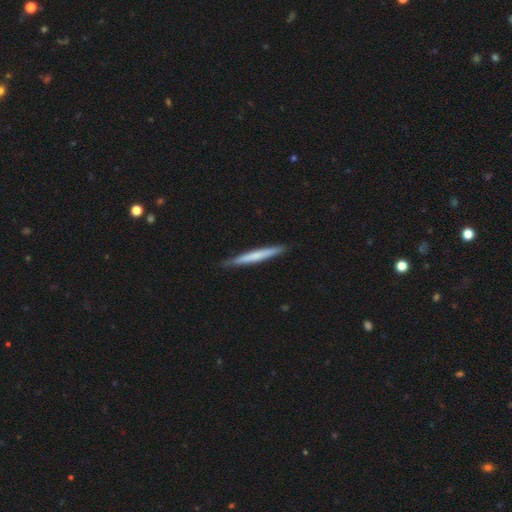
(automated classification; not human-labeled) The model was most divided on "smooth or featured": smooth: 58%, featured or disk: 37%, star or artifact: 5%. More confident: how rounded — cigar-shaped (97%); merging — none (89%).